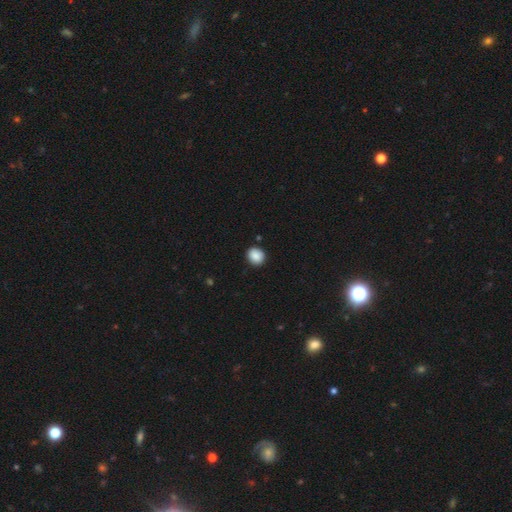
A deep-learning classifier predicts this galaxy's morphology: Q: Smooth or featured?
A: smooth (89%); runner-up: star or artifact (8%)
Q: How rounded?
A: round (76%); runner-up: in between (23%)
Q: Merging?
A: none (89%); runner-up: minor disturbance (8%)